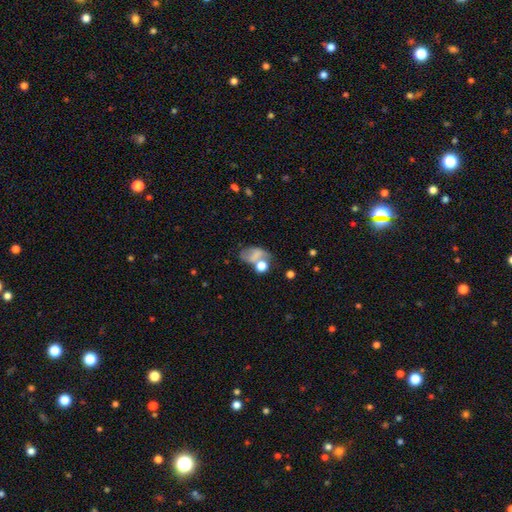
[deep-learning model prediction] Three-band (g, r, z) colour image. It shows a smooth galaxy with no disk features (55%) that is in between round and cigar-shaped (75%). Merging: none (33%).